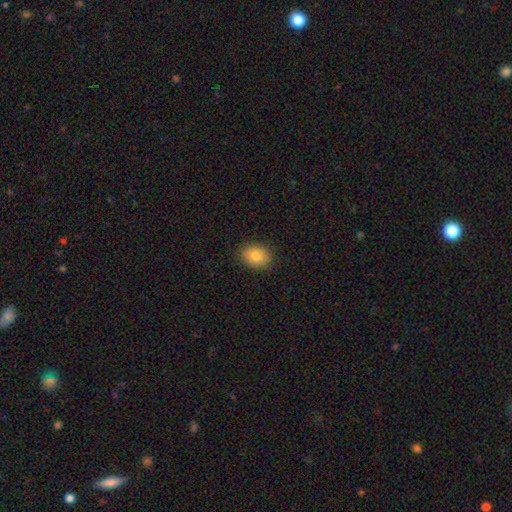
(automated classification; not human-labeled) Smooth or featured? Predicted: smooth (p=0.82). How rounded? Predicted: in between (p=0.63). Merging? Predicted: none (p=0.88).